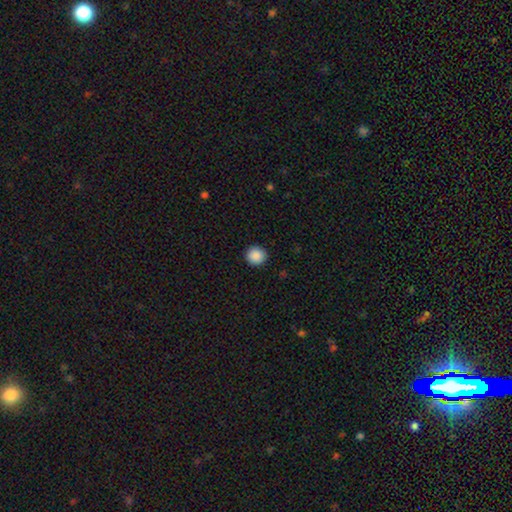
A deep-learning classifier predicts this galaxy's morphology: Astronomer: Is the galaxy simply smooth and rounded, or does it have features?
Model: smooth — 89%.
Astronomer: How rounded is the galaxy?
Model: round — 93%.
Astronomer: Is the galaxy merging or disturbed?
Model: none — 93%.